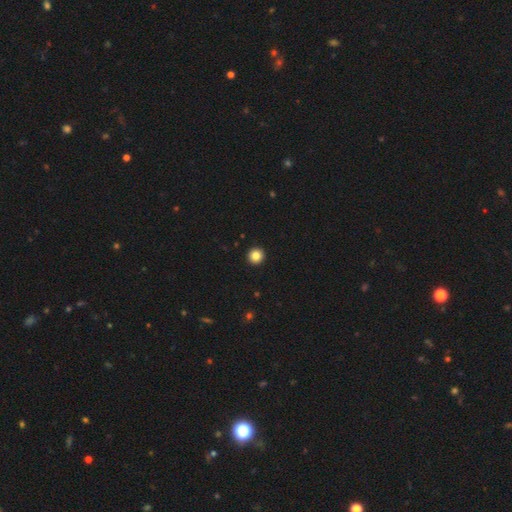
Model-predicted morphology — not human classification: type=smooth (85%); roundness=round (96%); merging=none (94%).